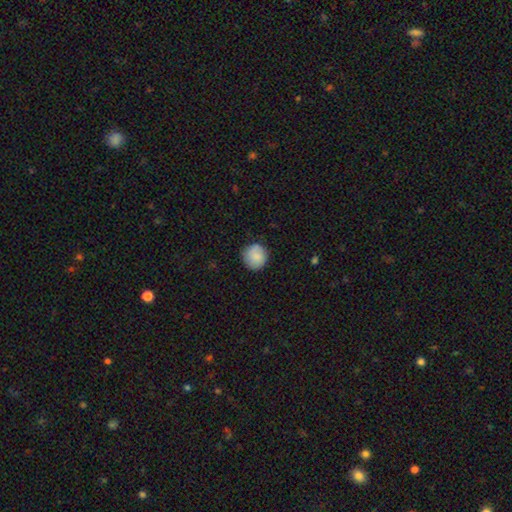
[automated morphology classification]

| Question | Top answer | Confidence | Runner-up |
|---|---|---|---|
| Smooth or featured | smooth | 87% | star or artifact (7%) |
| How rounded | round | 92% | in between (7%) |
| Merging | none | 85% | minor disturbance (11%) |